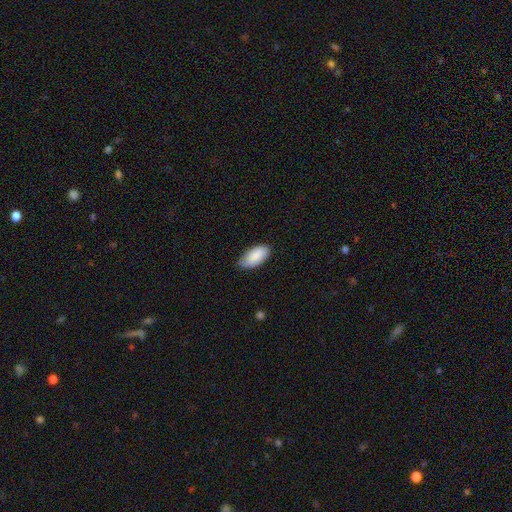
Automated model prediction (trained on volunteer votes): The model was most divided on "merging": none: 73%, minor disturbance: 23%, major disturbance: 3%, merger: 1%. More confident: how rounded — in between (94%); smooth or featured — smooth (88%).